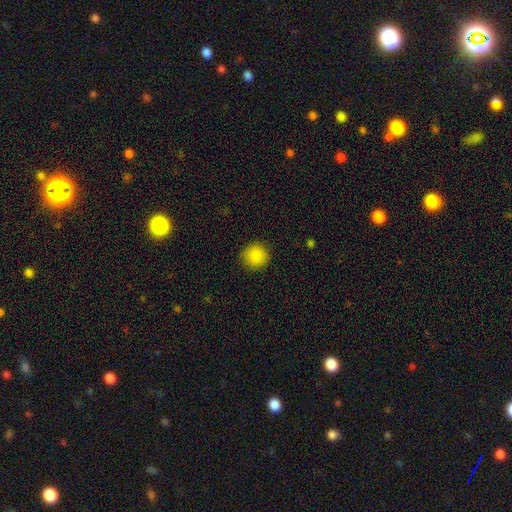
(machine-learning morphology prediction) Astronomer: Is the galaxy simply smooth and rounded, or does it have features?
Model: smooth — 87%.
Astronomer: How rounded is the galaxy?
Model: round — 93%.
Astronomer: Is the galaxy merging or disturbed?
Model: none — 90%.